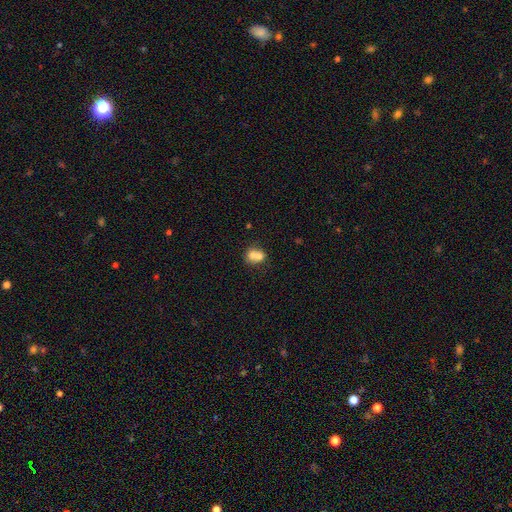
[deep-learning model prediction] A smooth galaxy with no disk features (68%) that is round (70%). Merging: merger (67%).